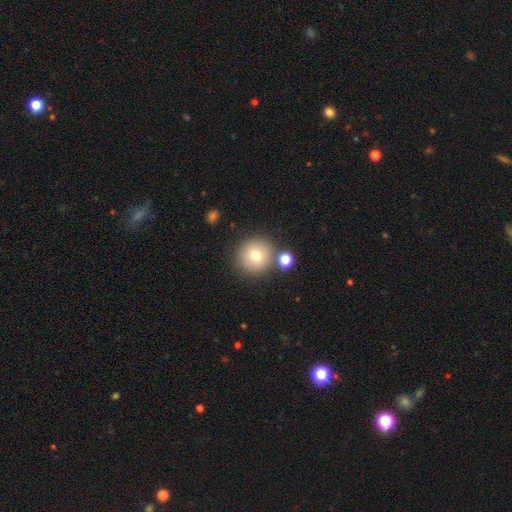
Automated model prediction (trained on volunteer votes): Smooth or featured? Predicted: smooth (p=0.75). How rounded? Predicted: round (p=0.94). Merging? Predicted: none (p=0.79).